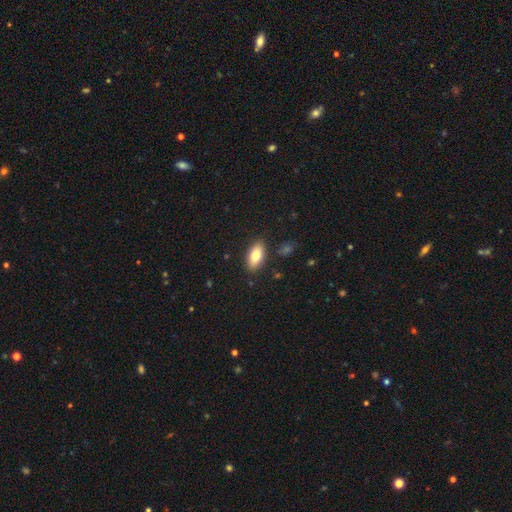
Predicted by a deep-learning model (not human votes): Smooth or featured?
  - smooth: 77% *
  - featured or disk: 16%
  - star or artifact: 7%
How rounded?
  - in between: 88% *
  - cigar-shaped: 8%
  - round: 4%
Merging?
  - none: 87% *
  - minor disturbance: 9%
  - major disturbance: 2%
  - merger: 2%